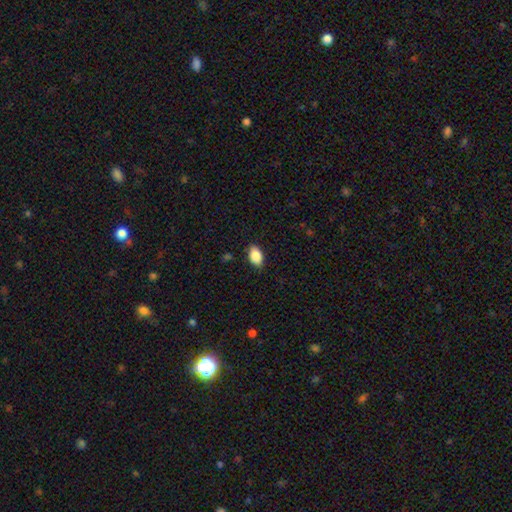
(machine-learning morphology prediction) Smooth or featured? smooth (87%)
How rounded? in between (91%)
Merging? none (87%)